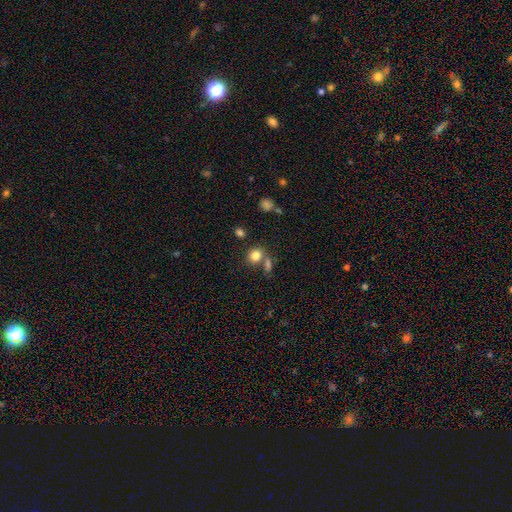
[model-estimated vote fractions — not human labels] smooth 81%, star or artifact 12%, featured or disk 7%. Down the decision tree: how rounded — round (66%); merging — none (63%).